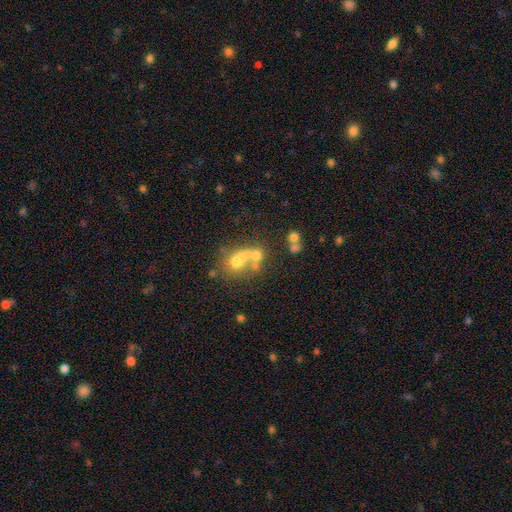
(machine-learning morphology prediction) type=smooth (48%); merging=merger (51%).